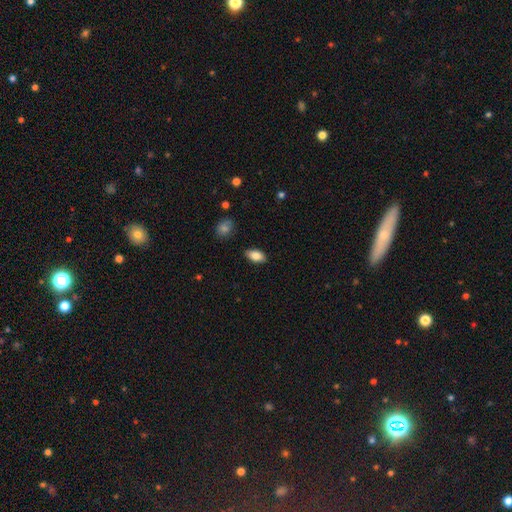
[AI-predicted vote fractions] Smooth or featured? smooth (84%)
How rounded? in between (92%)
Merging? none (87%)